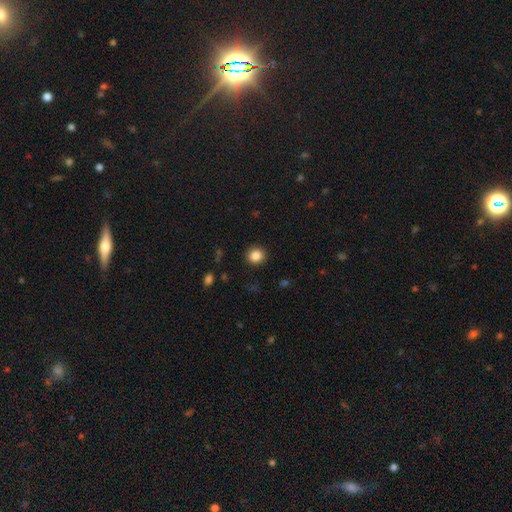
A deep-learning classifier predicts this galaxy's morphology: smooth_or_featured: smooth (p=0.85) [alt: star or artifact p=0.11]
how_rounded: round (p=0.91) [alt: in between p=0.08]
merging: none (p=0.91) [alt: minor disturbance p=0.06]